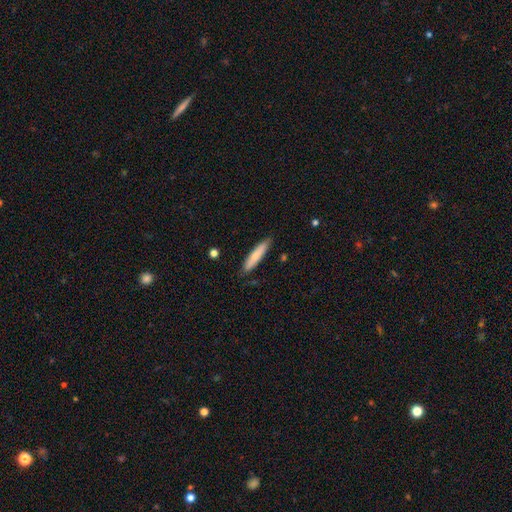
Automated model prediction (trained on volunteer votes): A smooth galaxy with no disk features (74%) that is cigar-shaped (85%).

Vote fractions:
- Smooth or featured? smooth: 74% / featured or disk: 20% / star or artifact: 5%
- How rounded? cigar-shaped: 85% / in between: 14% / round: 1%
- Merging? none: 84% / minor disturbance: 12% / major disturbance: 2% / merger: 1%